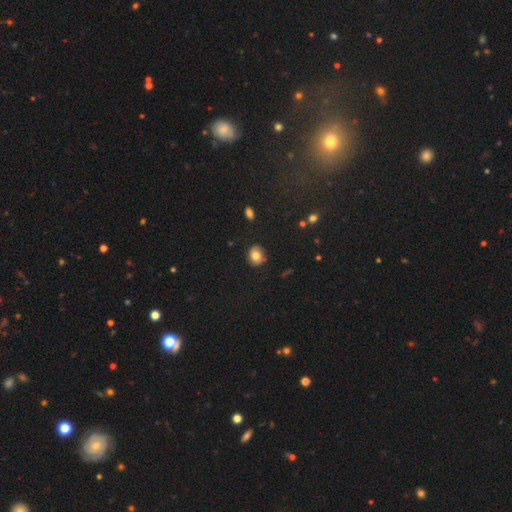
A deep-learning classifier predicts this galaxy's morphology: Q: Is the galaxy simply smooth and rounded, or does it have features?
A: smooth — 78%.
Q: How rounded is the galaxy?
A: round — 66%.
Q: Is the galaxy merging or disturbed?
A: none — 82%.